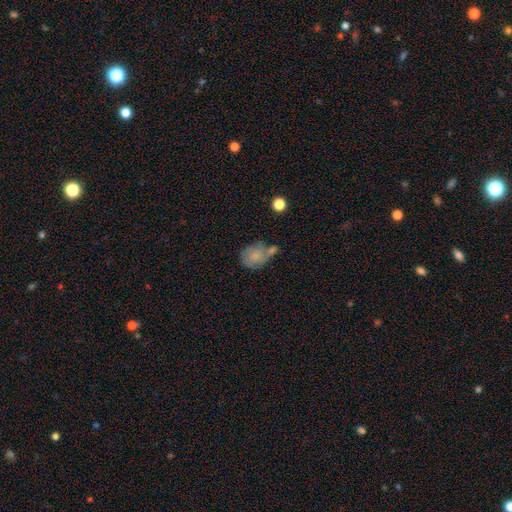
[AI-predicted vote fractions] Smooth or featured? Predicted: smooth (p=0.70). How rounded? Predicted: round (p=0.50). Merging? Predicted: none (p=0.33).